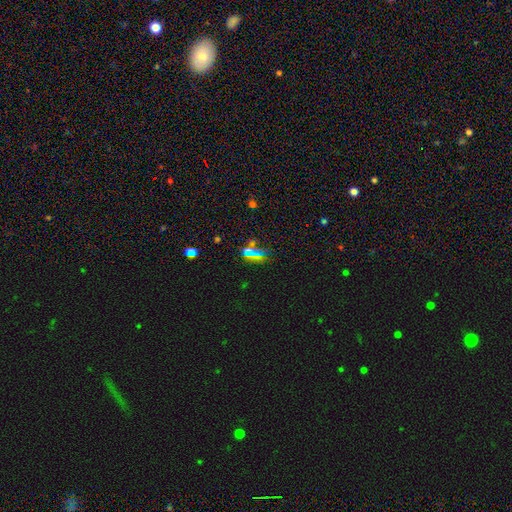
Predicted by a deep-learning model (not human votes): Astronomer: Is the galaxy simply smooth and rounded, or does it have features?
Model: star or artifact — 56% (runner-up: smooth, 32%).